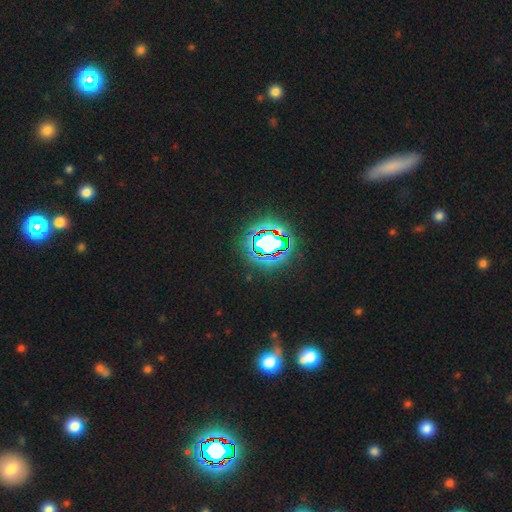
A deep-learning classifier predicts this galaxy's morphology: Q: Smooth or featured?
A: star or artifact (79%); runner-up: smooth (13%)